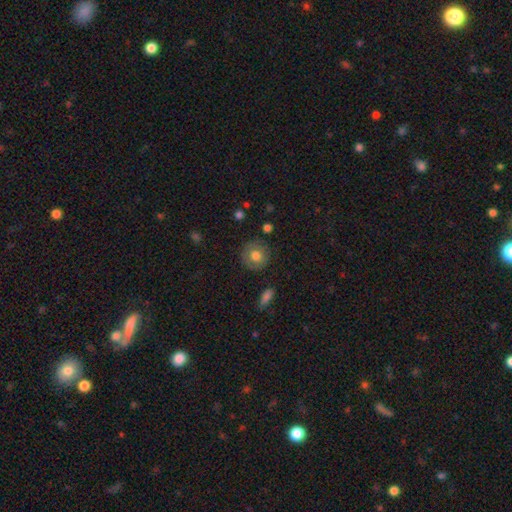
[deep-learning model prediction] Overall: smooth (73%). How rounded: round (92%). Merging: none (84%).